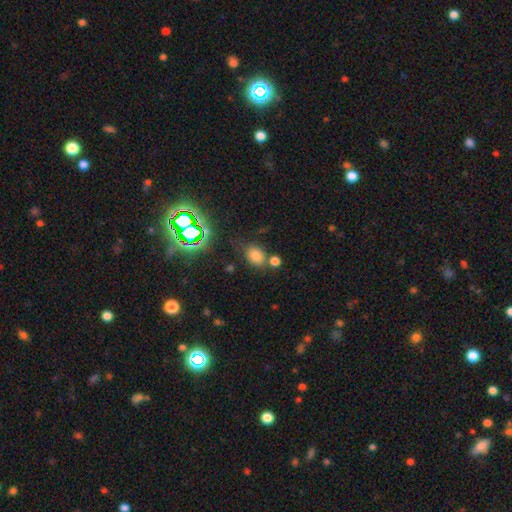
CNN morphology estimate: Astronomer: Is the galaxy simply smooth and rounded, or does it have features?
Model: smooth — 72%.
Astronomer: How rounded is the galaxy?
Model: in between — 62%.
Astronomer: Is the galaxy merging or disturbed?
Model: none — 66%.